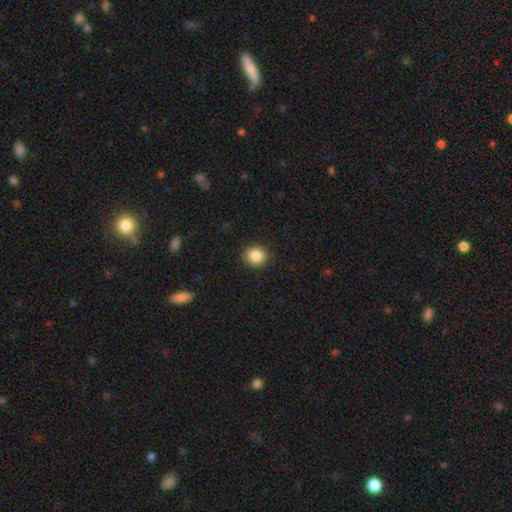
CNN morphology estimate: smooth 86%, star or artifact 9%, featured or disk 4%. Down the decision tree: how rounded — round (81%); merging — none (90%).